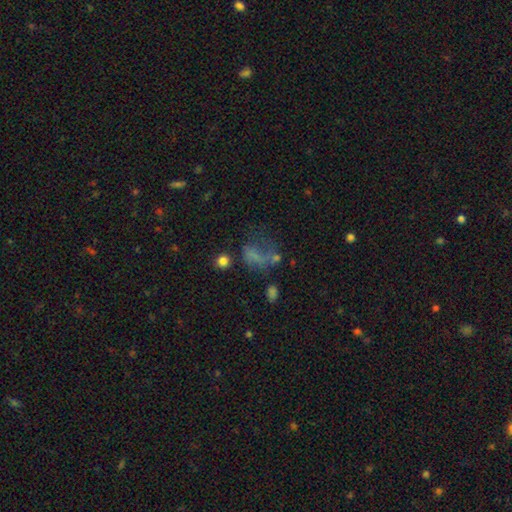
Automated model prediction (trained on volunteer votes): This appears to be a smooth galaxy with no disk features (50%). Merging: major disturbance (42%).